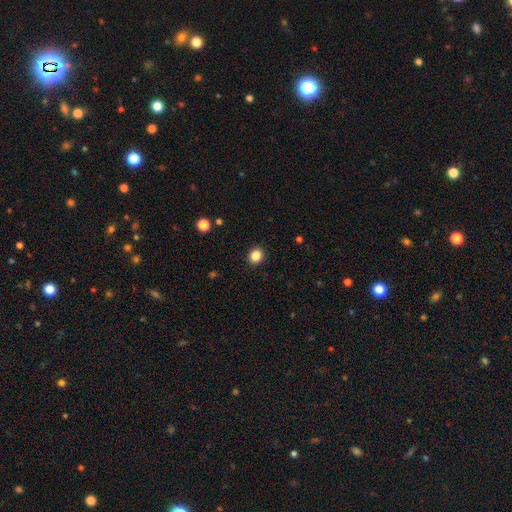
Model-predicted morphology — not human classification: Smooth or featured: smooth — 85% (star or artifact — 11%)
How rounded: round — 82% (in between — 17%)
Merging: none — 92% (minor disturbance — 5%)